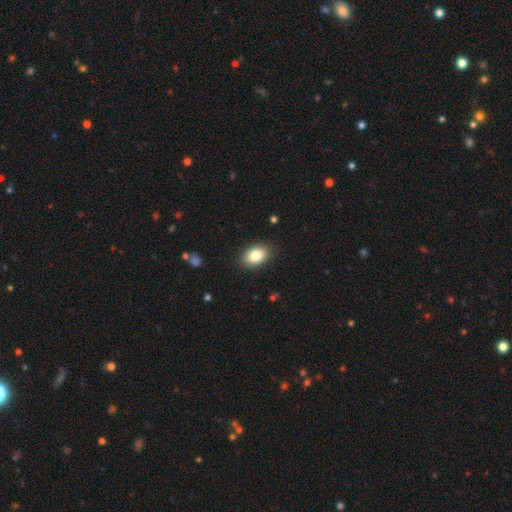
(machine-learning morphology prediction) smooth-or-featured: smooth: 85% | featured or disk: 8% | star or artifact: 8%
  how-rounded: in between: 87% | round: 12% | cigar-shaped: 1%
  merging: none: 87% | minor disturbance: 10% | major disturbance: 2% | merger: 1%